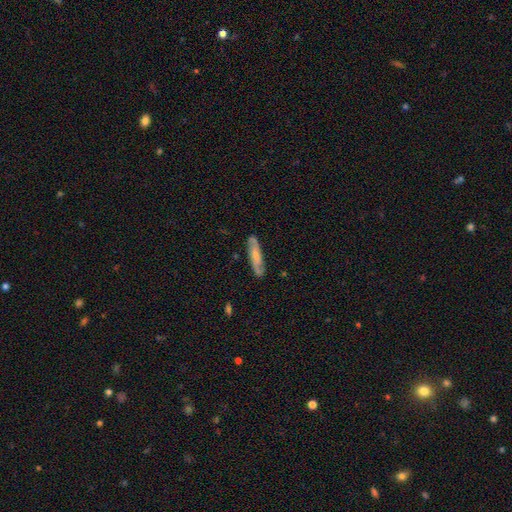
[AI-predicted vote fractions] smooth-or-featured: smooth: 49% | featured or disk: 45% | star or artifact: 6%
  merging: none: 82% | minor disturbance: 14% | major disturbance: 3% | merger: 2%